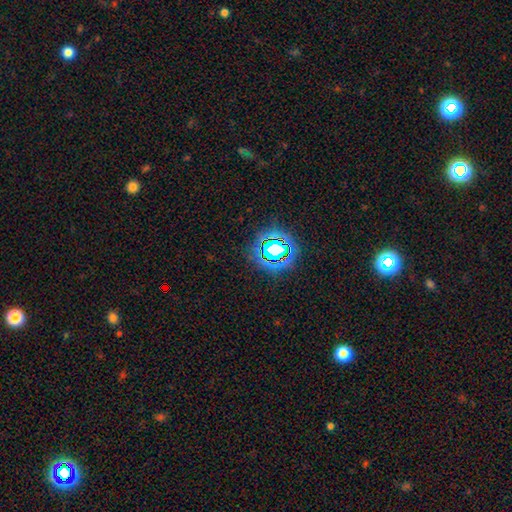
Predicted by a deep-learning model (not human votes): Q: Smooth or featured?
A: star or artifact (77%); runner-up: smooth (15%)